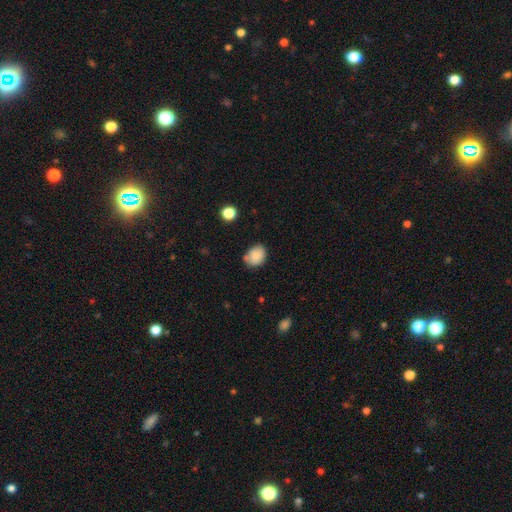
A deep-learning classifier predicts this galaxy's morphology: Overall: smooth (85%). How rounded: in between (53%; round 47%). Merging: none (64%; minor disturbance 24%).